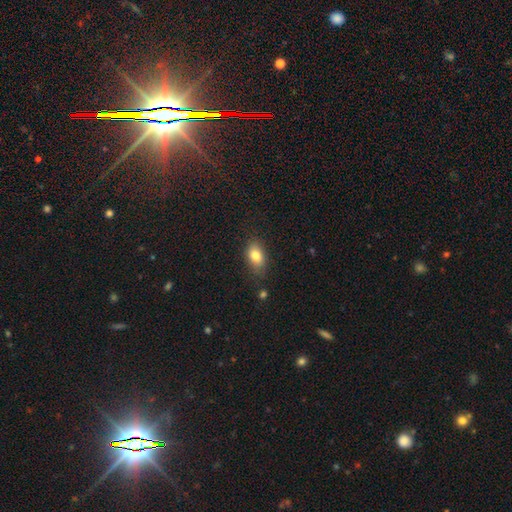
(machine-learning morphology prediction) The model was most divided on "merging": none: 79%, minor disturbance: 16%, major disturbance: 4%, merger: 2%. More confident: how rounded — in between (84%); smooth or featured — smooth (81%).